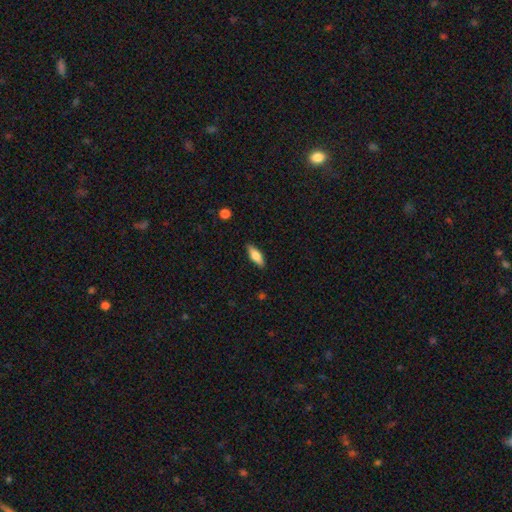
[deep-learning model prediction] smooth_or_featured: smooth (p=0.73) [alt: featured or disk p=0.21]
how_rounded: in between (p=0.63) [alt: cigar-shaped p=0.35]
merging: none (p=0.87) [alt: minor disturbance p=0.10]